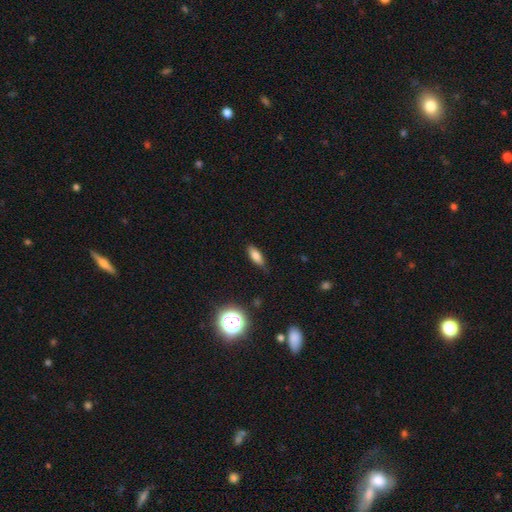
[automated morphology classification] type=smooth (77%); roundness=in between (68%); merging=none (79%).